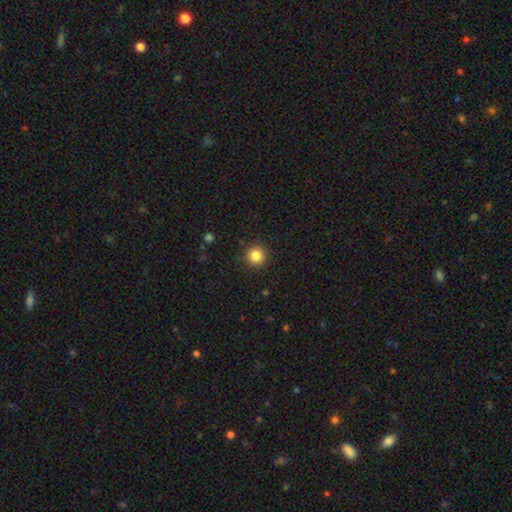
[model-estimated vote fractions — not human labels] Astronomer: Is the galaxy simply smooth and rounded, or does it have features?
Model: smooth — 84%.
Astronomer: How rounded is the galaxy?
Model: round — 95%.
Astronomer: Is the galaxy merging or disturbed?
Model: none — 91%.